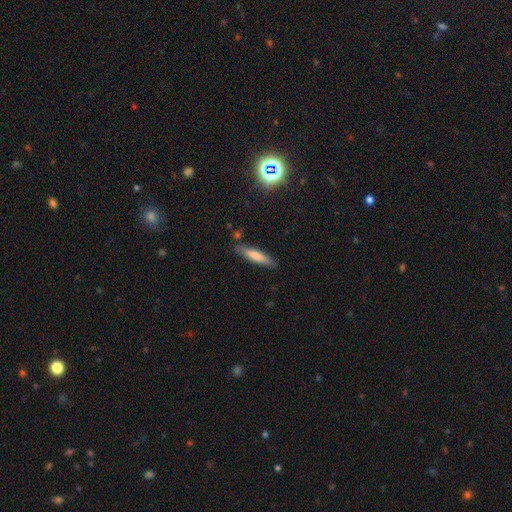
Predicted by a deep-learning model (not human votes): Smooth or featured? Predicted: smooth (p=0.70). How rounded? Predicted: cigar-shaped (p=0.84). Merging? Predicted: none (p=0.83).